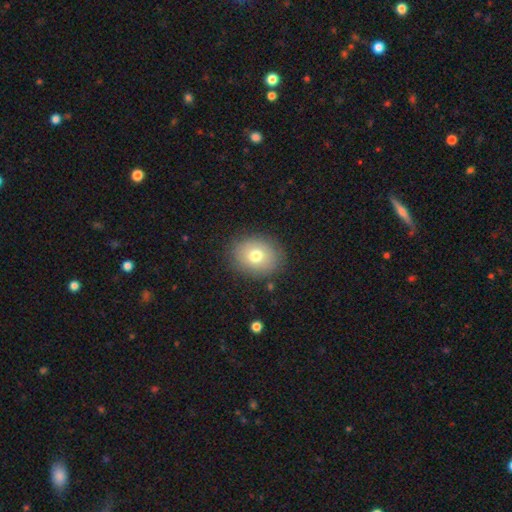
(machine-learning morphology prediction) smooth-or-featured: smooth: 73% | featured or disk: 17% | star or artifact: 10%
  how-rounded: round: 57% | in between: 42% | cigar-shaped: 1%
  merging: none: 84% | minor disturbance: 11% | major disturbance: 4% | merger: 1%